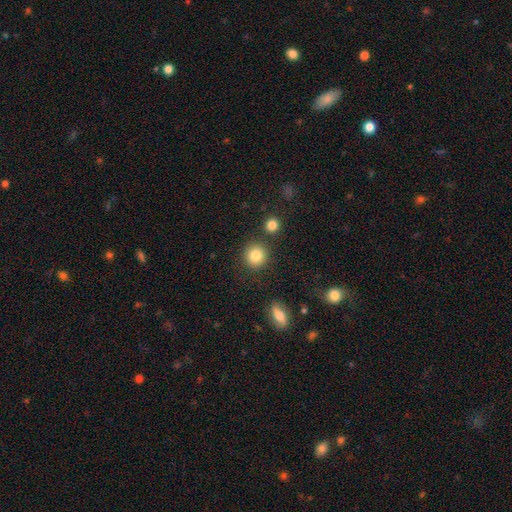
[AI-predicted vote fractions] Smooth or featured: smooth — 85% (star or artifact — 10%)
How rounded: round — 91% (in between — 8%)
Merging: none — 86% (minor disturbance — 7%)